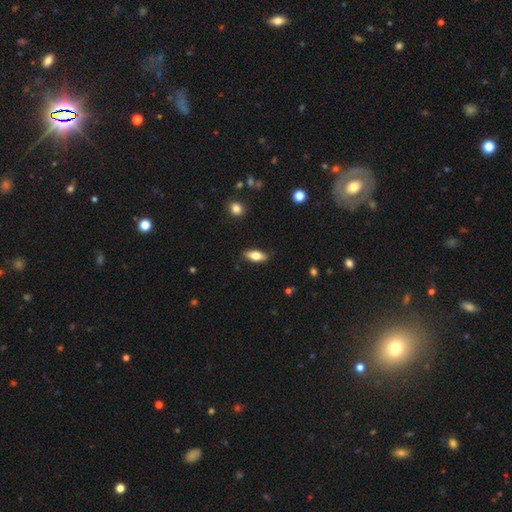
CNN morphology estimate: Smooth or featured? smooth (73%)
How rounded? in between (80%)
Merging? none (87%)